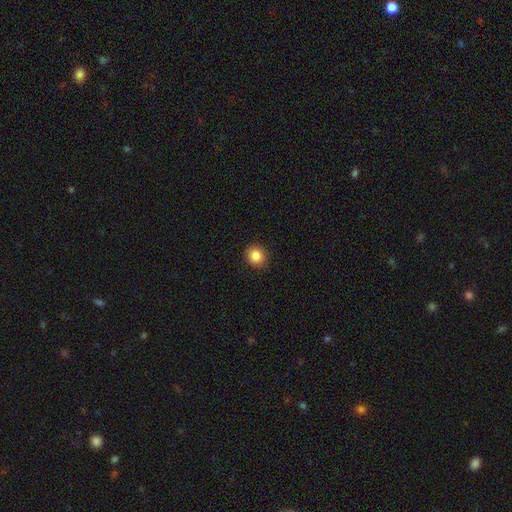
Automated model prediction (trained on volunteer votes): This appears to be a smooth galaxy with no disk features (84%) that is round (83%). Merging: none (90%).